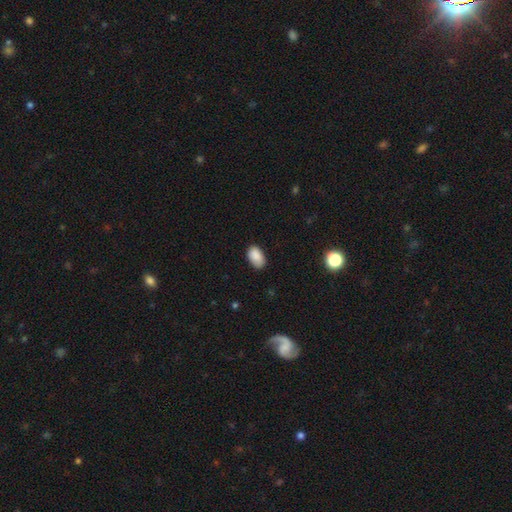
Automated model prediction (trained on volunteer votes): This appears to be a smooth galaxy with no disk features (89%) that is in between round and cigar-shaped (93%). Merging: none (79%).